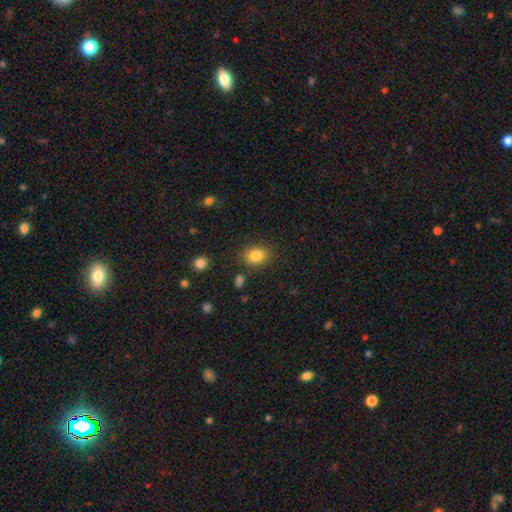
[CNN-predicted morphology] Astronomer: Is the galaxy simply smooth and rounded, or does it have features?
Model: smooth — 84%.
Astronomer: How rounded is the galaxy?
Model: in between — 61% (runner-up: round, 38%).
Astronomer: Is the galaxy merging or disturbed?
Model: none — 81%.